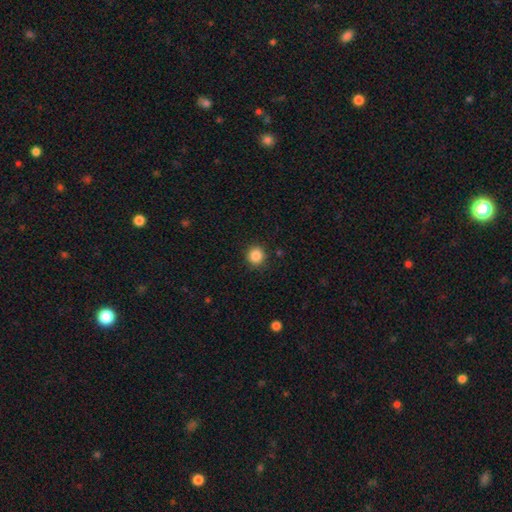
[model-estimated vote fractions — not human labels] smooth 86%, star or artifact 10%, featured or disk 4%. Down the decision tree: how rounded — round (94%); merging — none (91%).